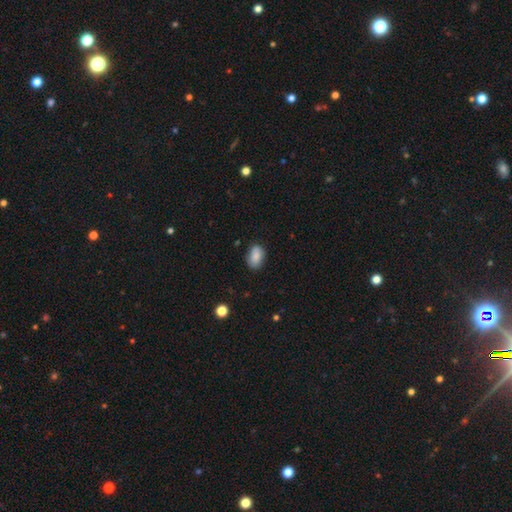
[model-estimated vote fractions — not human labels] smooth-or-featured: smooth: 84% | featured or disk: 9% | star or artifact: 8%
  how-rounded: in between: 87% | round: 11% | cigar-shaped: 2%
  merging: none: 80% | minor disturbance: 15% | major disturbance: 3% | merger: 1%